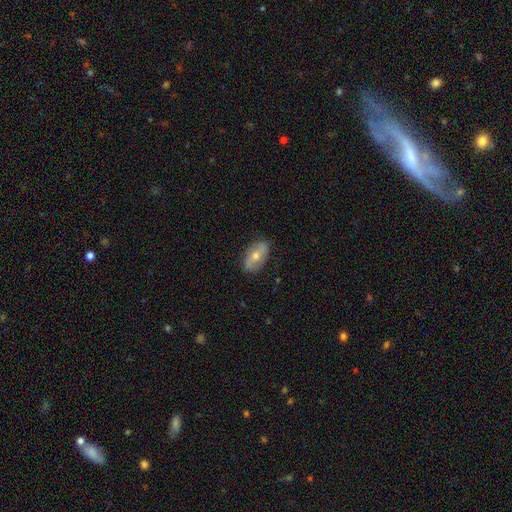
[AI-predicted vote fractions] Smooth or featured? Predicted: featured or disk (p=0.46, tied with smooth). Merging? Predicted: none (p=0.83).